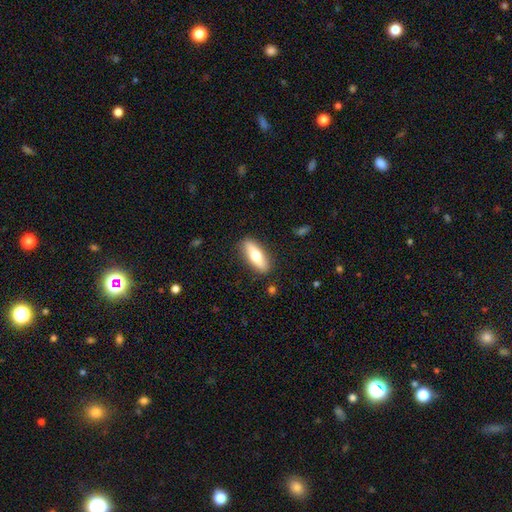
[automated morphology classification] Smooth or featured? smooth (61%)
How rounded? in between (56%)
Merging? none (87%)